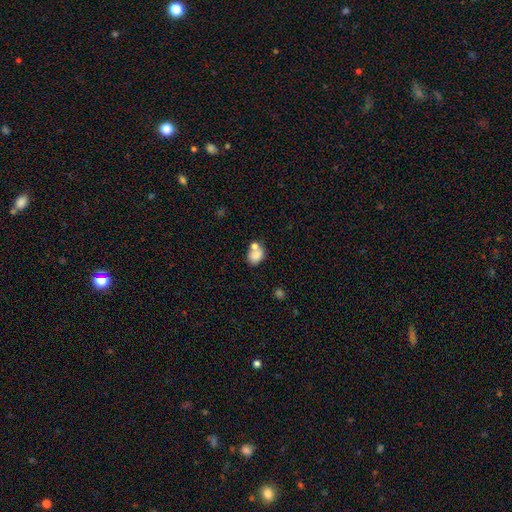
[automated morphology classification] smooth_or_featured: smooth (p=0.79) [alt: featured or disk p=0.11]
how_rounded: in between (p=0.55) [alt: round p=0.44]
merging: none (p=0.48) [alt: merger p=0.35]